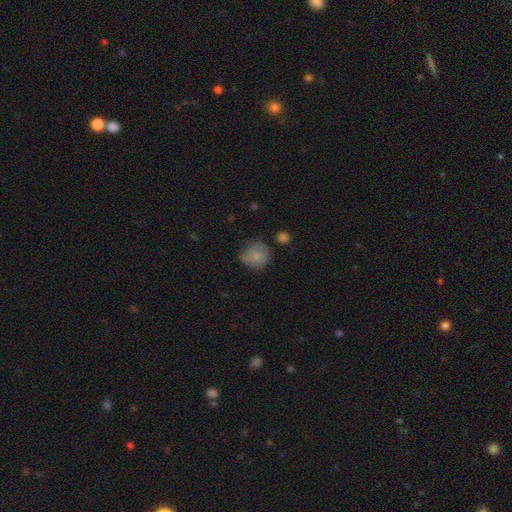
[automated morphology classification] This is likely a smooth galaxy (79%). How rounded: likely round (80%). Merging: possibly none (53%).